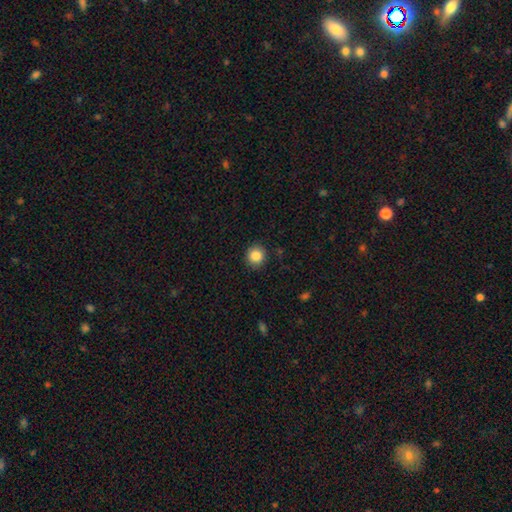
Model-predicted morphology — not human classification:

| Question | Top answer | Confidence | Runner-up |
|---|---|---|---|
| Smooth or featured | smooth | 86% | star or artifact (10%) |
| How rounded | round | 90% | in between (9%) |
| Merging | none | 90% | minor disturbance (7%) |